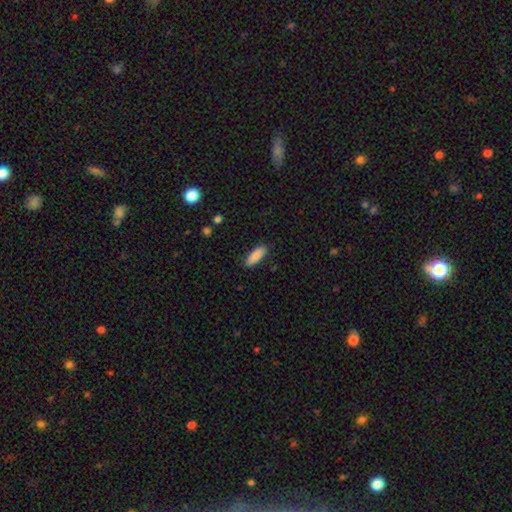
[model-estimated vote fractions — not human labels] smooth-or-featured: smooth: 88% | star or artifact: 6% | featured or disk: 6%
  how-rounded: in between: 63% | cigar-shaped: 35% | round: 2%
  merging: none: 87% | minor disturbance: 10% | major disturbance: 2% | merger: 1%